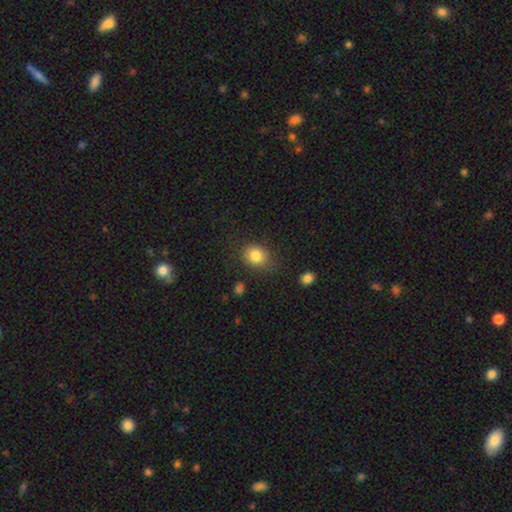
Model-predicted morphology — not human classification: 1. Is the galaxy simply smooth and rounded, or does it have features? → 83% smooth, 10% star or artifact, 7% featured or disk.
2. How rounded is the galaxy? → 58% round, 41% in between, 1% cigar-shaped.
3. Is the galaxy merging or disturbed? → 78% none, 15% minor disturbance, 5% major disturbance, 2% merger.